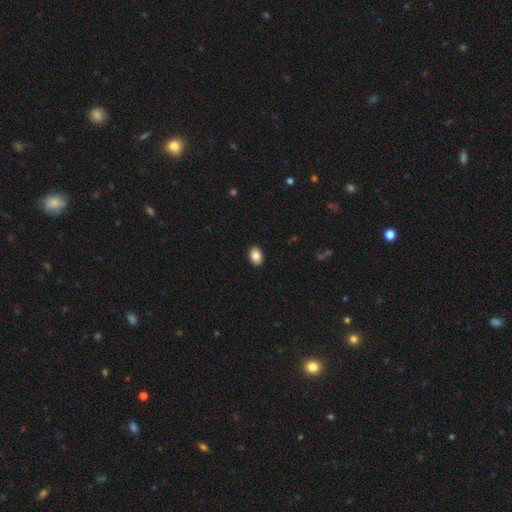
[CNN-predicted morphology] type=smooth (86%); roundness=in between (82%); merging=none (91%).